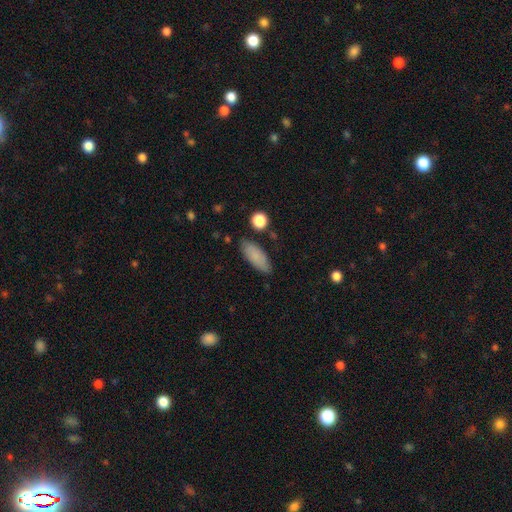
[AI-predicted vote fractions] The model was most divided on "how rounded": in between: 76%, cigar-shaped: 21%, round: 2%. More confident: smooth or featured — smooth (83%); merging — none (82%).